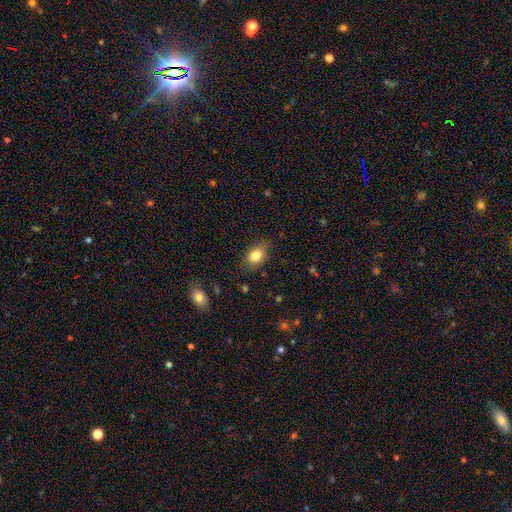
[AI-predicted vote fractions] Q: Smooth or featured?
A: smooth (81%); runner-up: featured or disk (10%)
Q: How rounded?
A: in between (77%); runner-up: round (21%)
Q: Merging?
A: none (75%); runner-up: minor disturbance (20%)